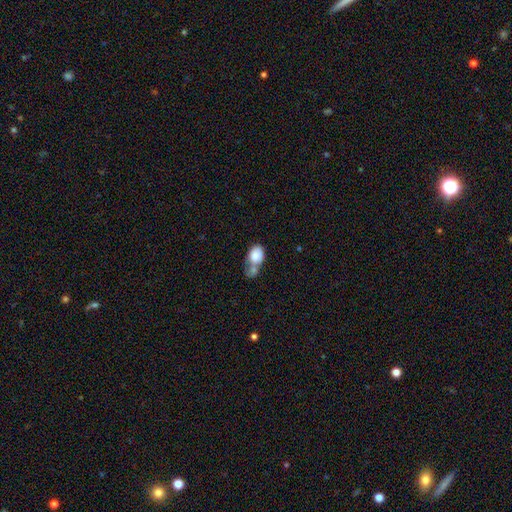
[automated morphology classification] The model was most divided on "how rounded": in between: 67%, round: 32%, cigar-shaped: 1%. More confident: smooth or featured — smooth (81%); merging — merger (62%).